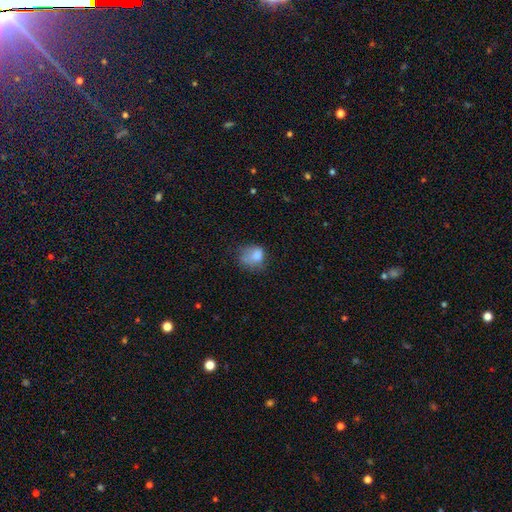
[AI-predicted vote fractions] The model was most divided on "merging": none: 33%, minor disturbance: 31%, major disturbance: 28%, merger: 9%. More confident: smooth or featured — smooth (72%); how rounded — in between (52%).